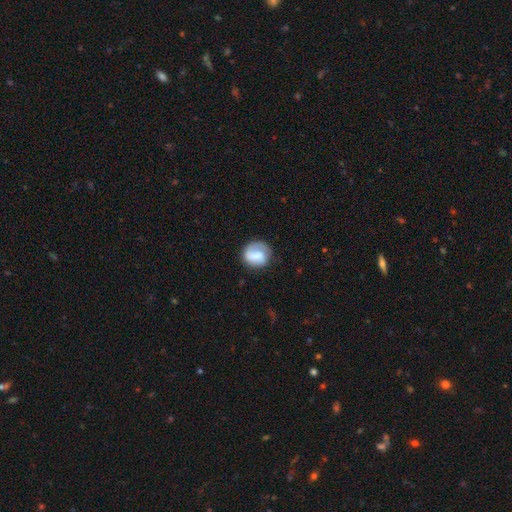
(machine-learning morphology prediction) smooth_or_featured: smooth (p=0.51) [alt: featured or disk p=0.42]
how_rounded: round (p=0.77) [alt: in between p=0.22]
merging: none (p=0.66) [alt: minor disturbance p=0.21]